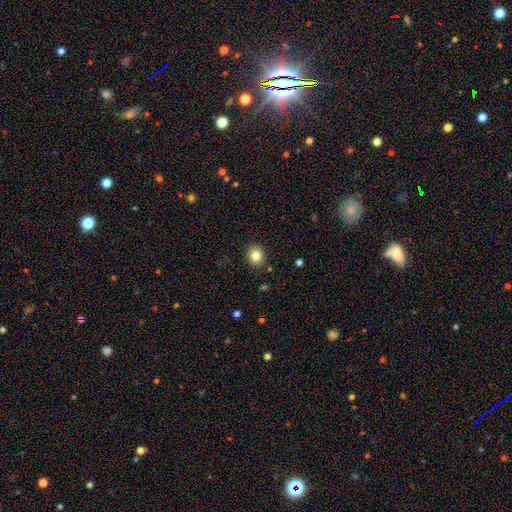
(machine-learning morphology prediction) Smooth or featured? smooth (83%)
How rounded? round (71%)
Merging? none (89%)